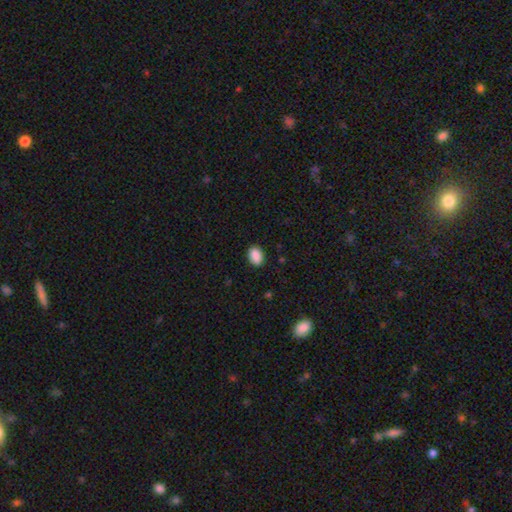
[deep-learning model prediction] smooth-or-featured: smooth: 89% | star or artifact: 8% | featured or disk: 3%
  how-rounded: in between: 82% | round: 16% | cigar-shaped: 1%
  merging: none: 87% | minor disturbance: 9% | major disturbance: 2% | merger: 1%